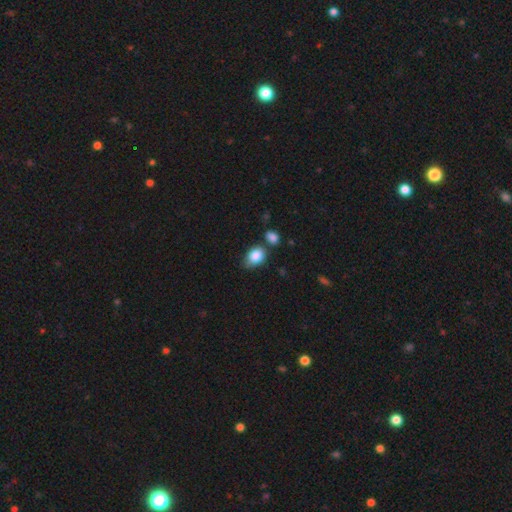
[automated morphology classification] Smooth or featured? Predicted: smooth (p=0.86). How rounded? Predicted: in between (p=0.74). Merging? Predicted: none (p=0.54).